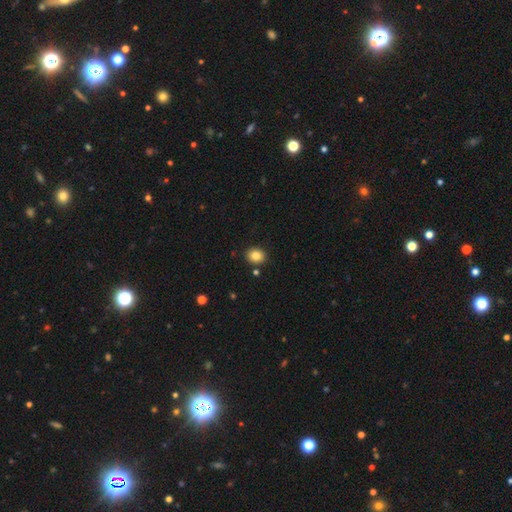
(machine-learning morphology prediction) Smooth or featured? Predicted: smooth (p=0.85). How rounded? Predicted: round (p=0.61). Merging? Predicted: none (p=0.88).